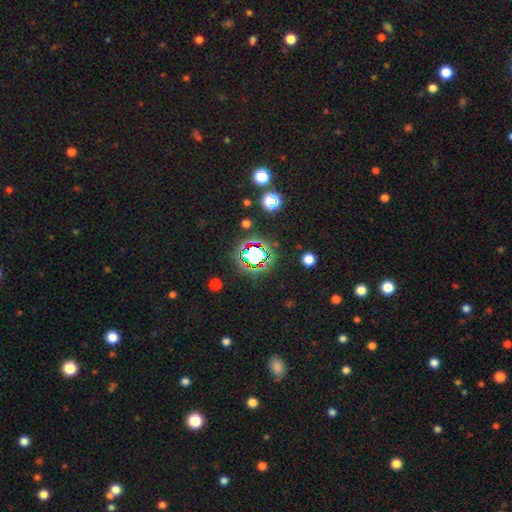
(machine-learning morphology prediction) Smooth or featured?
  - star or artifact: 61% *
  - smooth: 26%
  - featured or disk: 13%